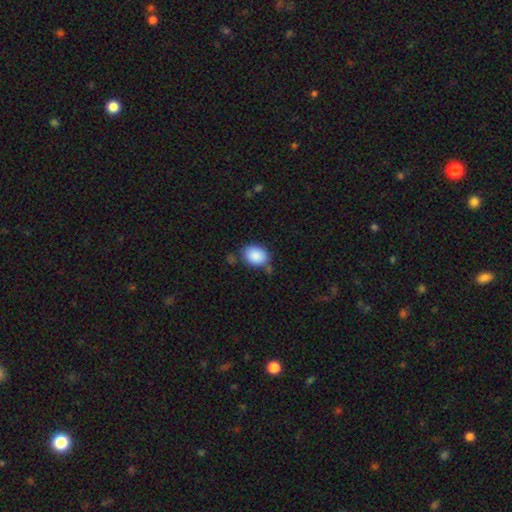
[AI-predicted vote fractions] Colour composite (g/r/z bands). It shows a smooth galaxy with no disk features (89%) that is in between round and cigar-shaped (66%). Merging: none (67%).